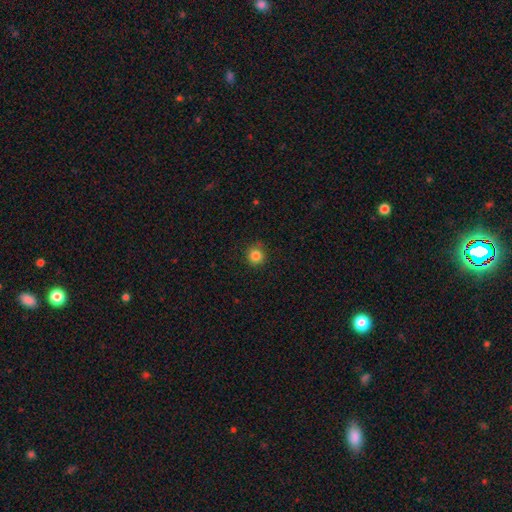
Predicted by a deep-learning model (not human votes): Morphology: type=smooth (85%); roundness=round (92%); merging=none (87%).